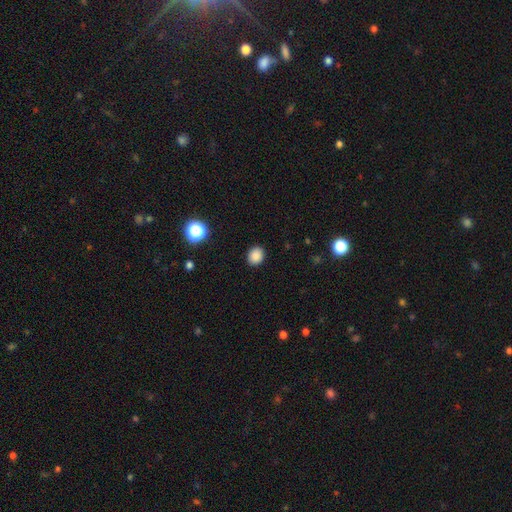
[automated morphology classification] Smooth or featured: smooth — 86% (star or artifact — 11%)
How rounded: round — 60% (in between — 39%)
Merging: none — 90% (minor disturbance — 7%)